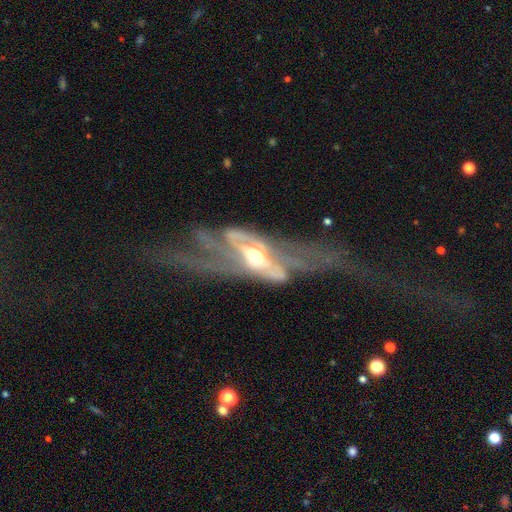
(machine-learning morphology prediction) Smooth or featured?
  - featured or disk: 86% *
  - smooth: 9%
  - star or artifact: 5%
Edge-on disk?
  - no: 76% *
  - yes: 24%
Bar?
  - no: 49% *
  - weak: 28%
  - strong: 24%
Spiral arms?
  - yes: 82% *
  - no: 18%
Spiral winding?
  - medium: 38% *
  - loose: 35%
  - tight: 27%
Spiral arm count?
  - 2: 59% *
  - can't tell: 22%
  - 3: 7%
  - 1: 6%
  - 4: 4%
  - more than 4: 3%
Bulge size?
  - moderate: 73% *
  - small: 13%
  - large: 11%
  - dominant: 1%
  - none: 1%
Merging?
  - none: 39% *
  - major disturbance: 37%
  - minor disturbance: 19%
  - merger: 5%